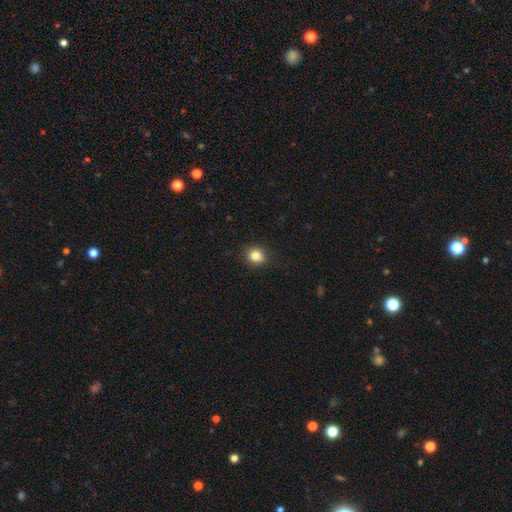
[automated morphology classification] A smooth galaxy with no disk features (83%) that is round (76%). Merging: none (86%).